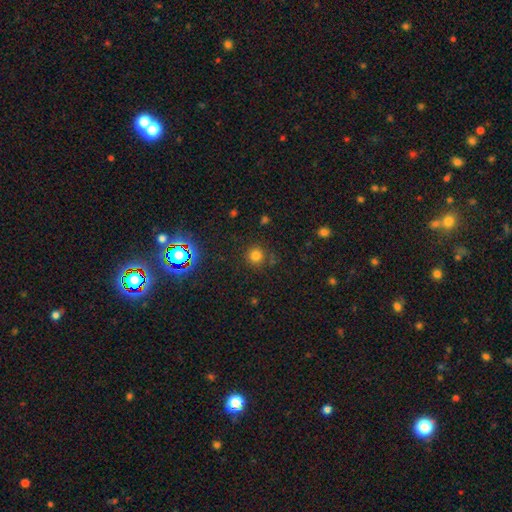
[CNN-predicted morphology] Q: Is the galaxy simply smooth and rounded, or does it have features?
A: smooth — 75%.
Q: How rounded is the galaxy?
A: round — 94%.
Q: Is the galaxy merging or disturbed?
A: none — 83%.